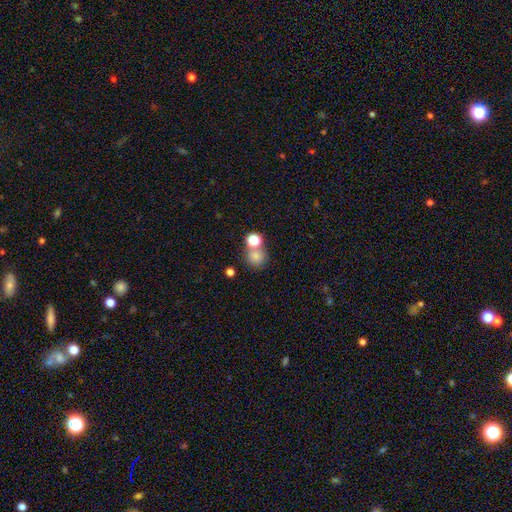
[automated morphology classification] smooth_or_featured: smooth (p=0.77) [alt: star or artifact p=0.15]
how_rounded: round (p=0.87) [alt: in between p=0.12]
merging: none (p=0.59) [alt: merger p=0.29]